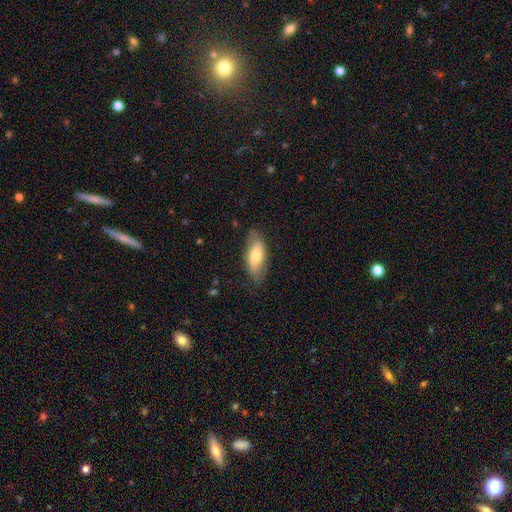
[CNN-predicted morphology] smooth-or-featured: smooth: 65% | featured or disk: 29% | star or artifact: 6%
  how-rounded: in between: 82% | cigar-shaped: 15% | round: 3%
  merging: none: 78% | minor disturbance: 17% | major disturbance: 4% | merger: 1%